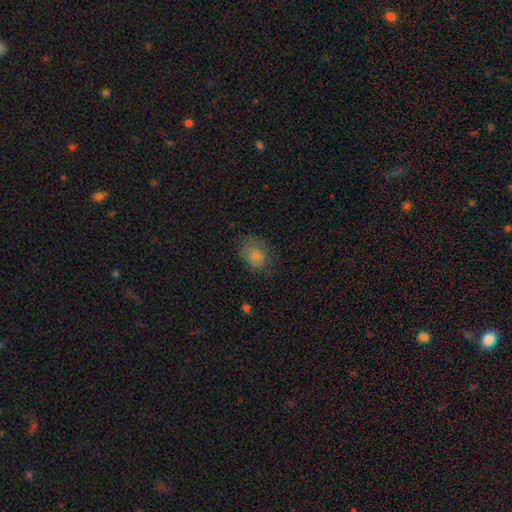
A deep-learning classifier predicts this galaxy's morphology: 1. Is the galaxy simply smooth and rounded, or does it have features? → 70% smooth, 17% featured or disk, 12% star or artifact.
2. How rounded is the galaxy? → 56% in between, 43% round, 1% cigar-shaped.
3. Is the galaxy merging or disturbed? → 65% none, 24% minor disturbance, 10% major disturbance, 1% merger.